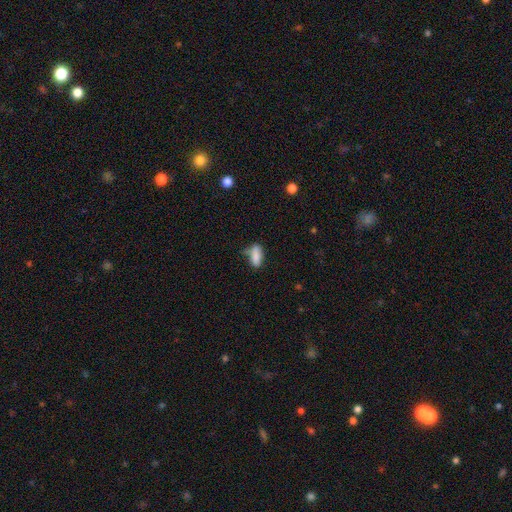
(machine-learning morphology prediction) type=smooth (82%); roundness=in between (70%); merging=none (49%).